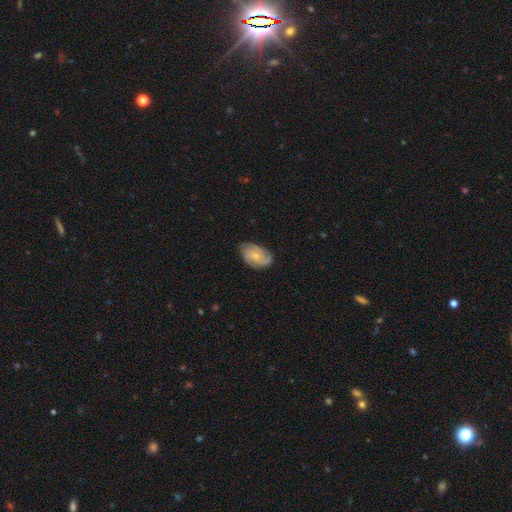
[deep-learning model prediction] Morphology: type=featured or disk (69%); edge-on=no (97%); bar=no (69%); spiral arms=yes (94%); winding=tight (46%); arm count=3 (42%); bulge=small (64%); merging=none (71%).